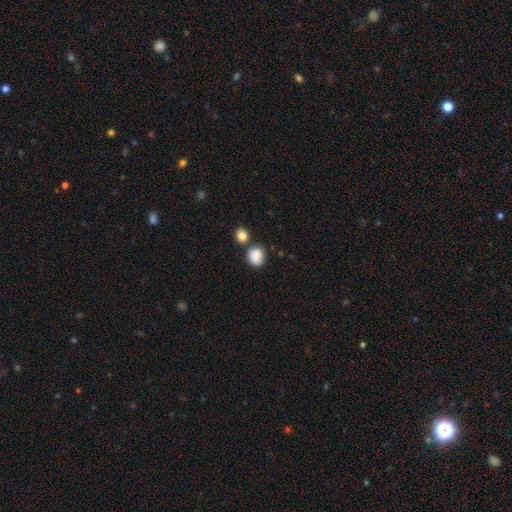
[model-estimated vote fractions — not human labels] Overall: smooth (87%). How rounded: round (62%; in between 37%). Merging: none (59%).